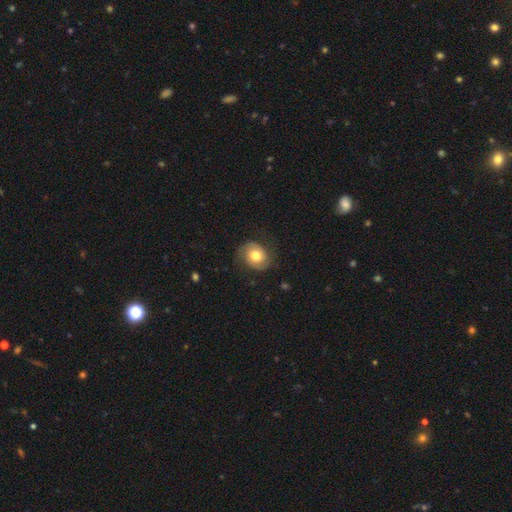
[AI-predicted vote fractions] A featured or disk galaxy (50%). Merging: none (75%).